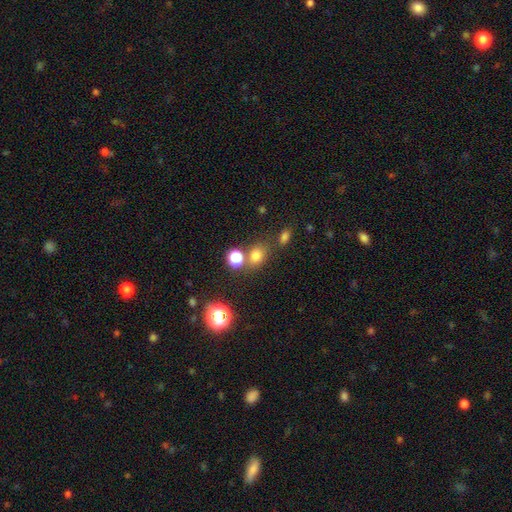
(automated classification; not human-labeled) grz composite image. It shows a smooth galaxy with no disk features (73%) that is round (58%). Merging: none (65%).